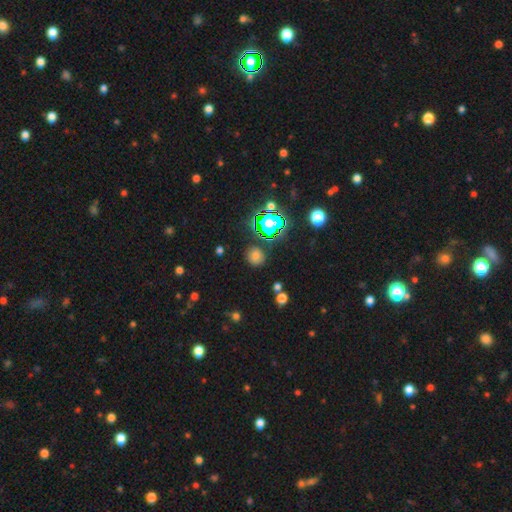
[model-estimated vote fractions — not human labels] Smooth or featured?
  - smooth: 60% *
  - star or artifact: 31%
  - featured or disk: 9%
How rounded?
  - round: 86% *
  - in between: 13%
  - cigar-shaped: 1%
Merging?
  - none: 85% *
  - minor disturbance: 9%
  - merger: 3%
  - major disturbance: 3%